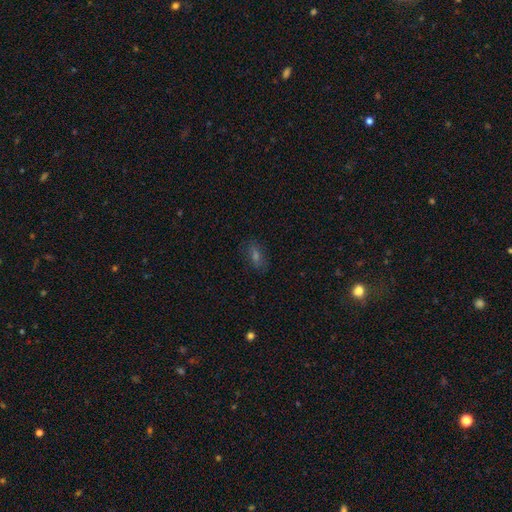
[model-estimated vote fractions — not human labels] The model was most divided on "smooth or featured": smooth: 49%, star or artifact: 28%, featured or disk: 24%. More confident: merging — none (82%).